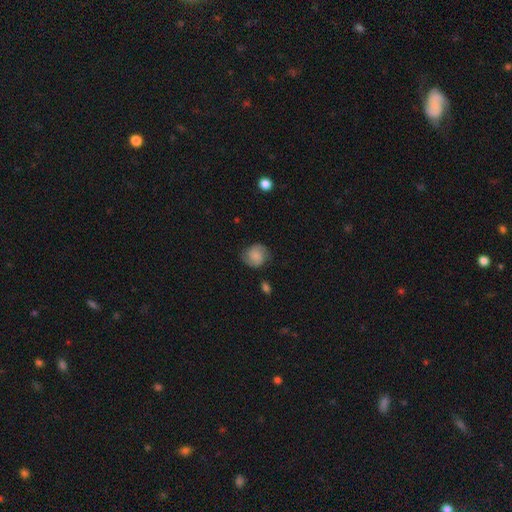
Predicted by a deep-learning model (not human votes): Smooth or featured? smooth (48%)
Merging? none (76%)